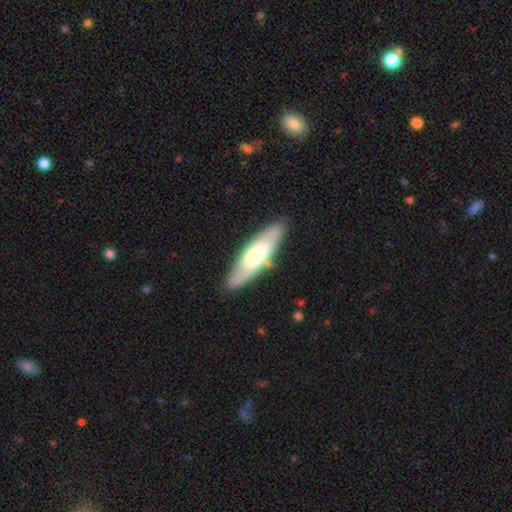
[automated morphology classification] Smooth or featured? Predicted: smooth (p=0.58). How rounded? Predicted: cigar-shaped (p=0.58). Merging? Predicted: none (p=0.79).